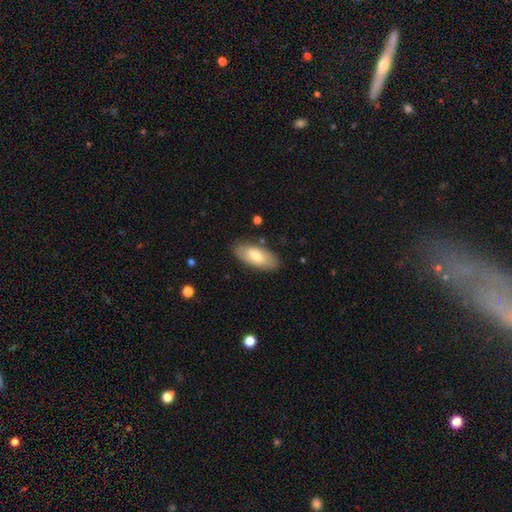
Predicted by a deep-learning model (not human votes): Morphology: type=smooth (76%); roundness=in between (86%); merging=none (85%).